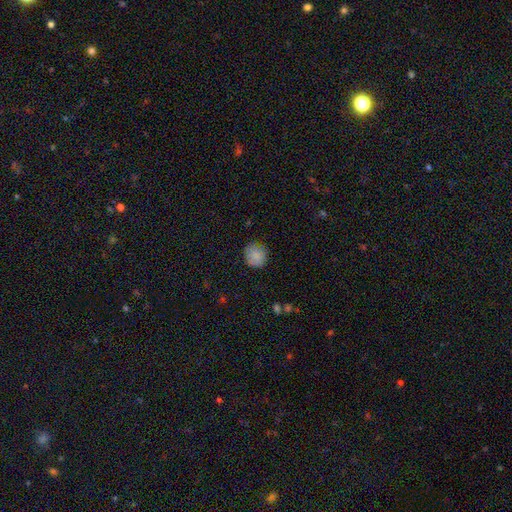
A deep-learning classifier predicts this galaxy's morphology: Overall: smooth (85%). How rounded: round (81%). Merging: none (80%).